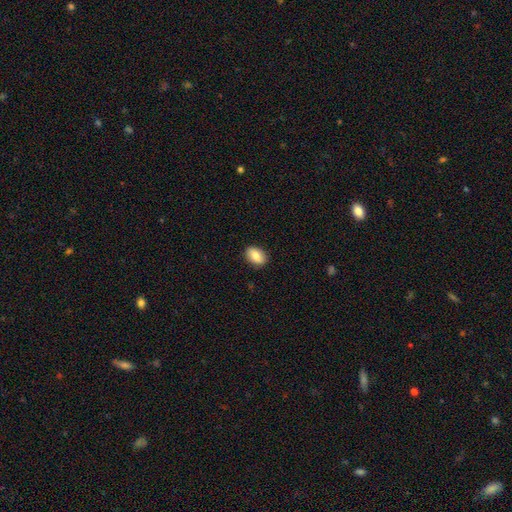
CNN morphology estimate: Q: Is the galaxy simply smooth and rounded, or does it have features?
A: smooth — 83%.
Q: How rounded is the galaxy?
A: in between — 85%.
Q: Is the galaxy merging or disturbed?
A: none — 89%.